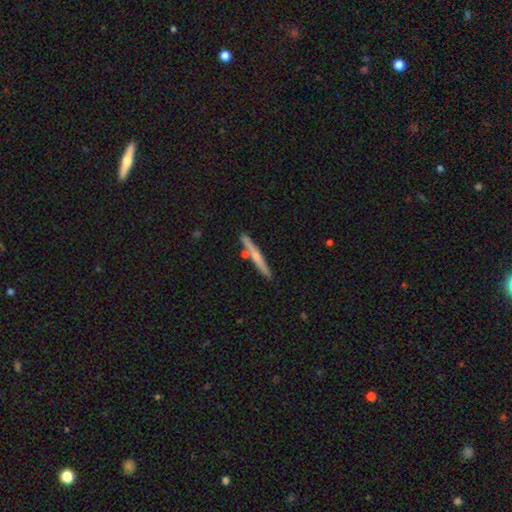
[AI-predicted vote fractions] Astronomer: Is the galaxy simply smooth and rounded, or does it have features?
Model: featured or disk — 49% (runner-up: smooth, 45%).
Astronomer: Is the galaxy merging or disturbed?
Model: none — 81%.